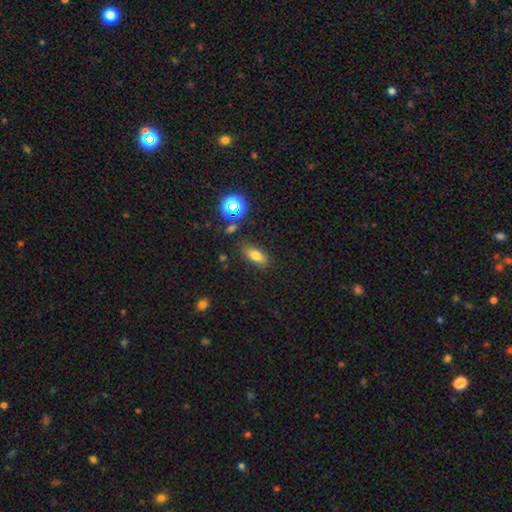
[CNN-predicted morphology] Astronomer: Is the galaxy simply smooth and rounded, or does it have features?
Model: smooth — 73%.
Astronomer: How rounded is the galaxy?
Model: in between — 76%.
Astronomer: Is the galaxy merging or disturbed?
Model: none — 80%.